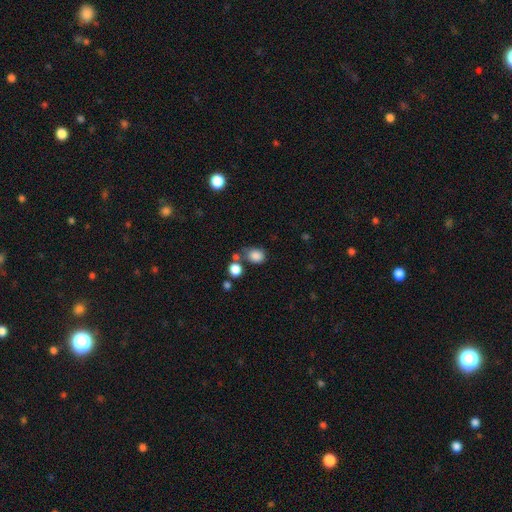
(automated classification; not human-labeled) This is clearly a smooth galaxy (85%). How rounded: possibly round (52%). Merging: possibly none (60%).